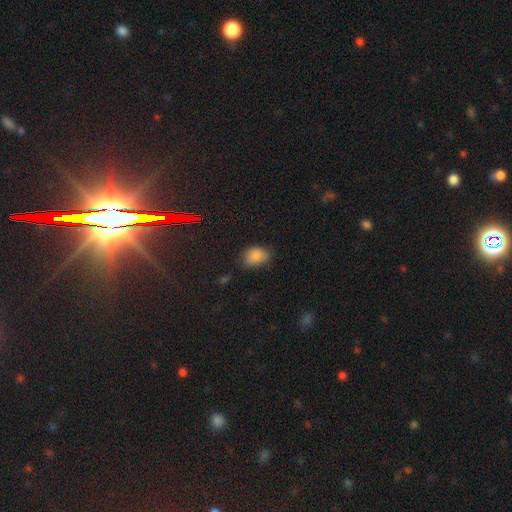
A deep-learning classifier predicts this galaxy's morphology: Smooth or featured: smooth — 83% (star or artifact — 11%)
How rounded: in between — 76% (round — 23%)
Merging: none — 55% (minor disturbance — 34%)